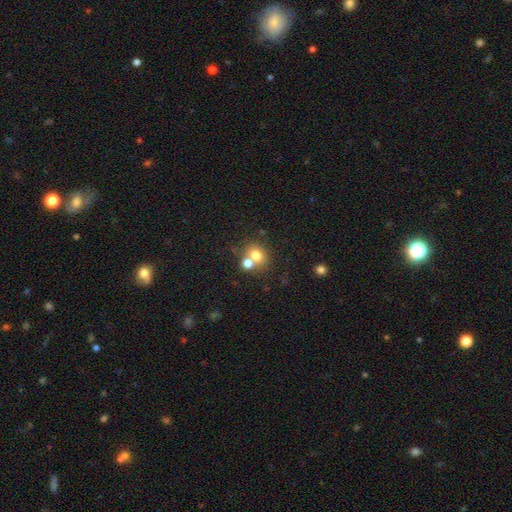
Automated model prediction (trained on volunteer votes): The model was most divided on "merging": none: 50%, merger: 36%, minor disturbance: 9%, major disturbance: 4%. More confident: smooth or featured — smooth (74%); how rounded — round (58%).